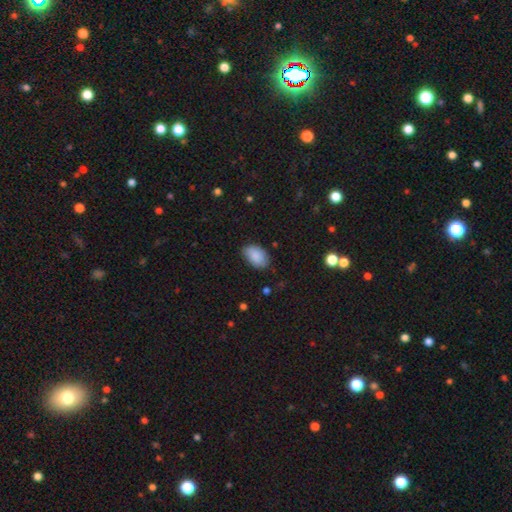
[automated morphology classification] type=smooth (87%); roundness=in between (90%); merging=none (77%).